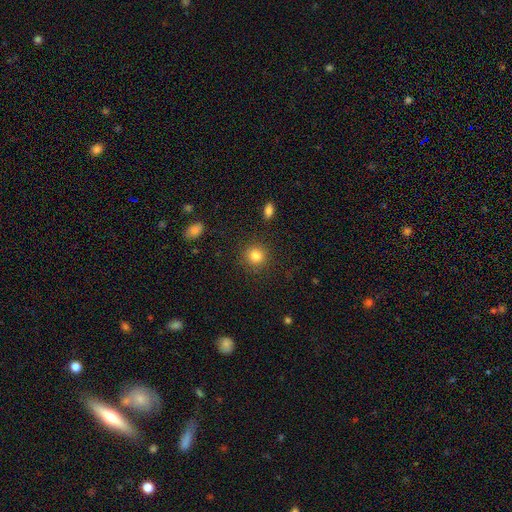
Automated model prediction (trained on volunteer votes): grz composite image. It shows a smooth galaxy with no disk features (83%) that is round (92%). Merging: none (89%).